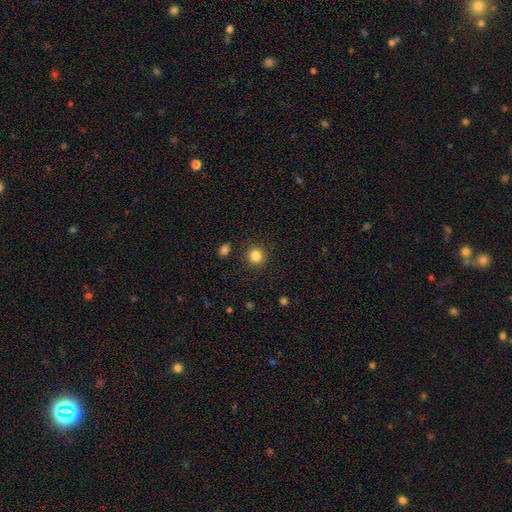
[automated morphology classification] A smooth galaxy with no disk features (84%) that is round (92%).

Vote fractions:
- Smooth or featured? smooth: 84% / star or artifact: 11% / featured or disk: 5%
- How rounded? round: 92% / in between: 7% / cigar-shaped: 1%
- Merging? none: 90% / minor disturbance: 6% / major disturbance: 2% / merger: 2%